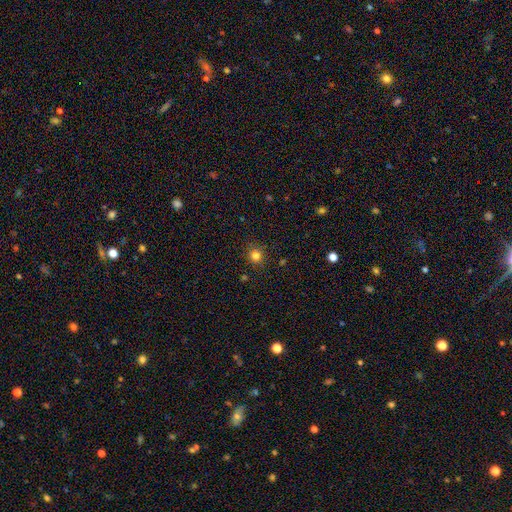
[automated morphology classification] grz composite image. It shows a smooth galaxy with no disk features (81%) that is round (91%). Merging: none (89%).